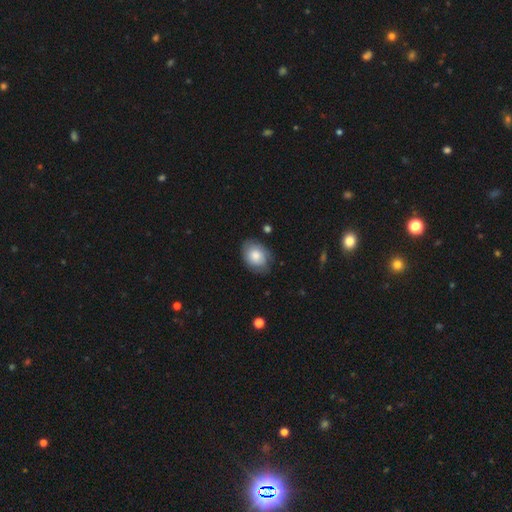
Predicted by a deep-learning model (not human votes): smooth 71%, featured or disk 23%, star or artifact 6%. Down the decision tree: how rounded — in between (70%); merging — none (72%).